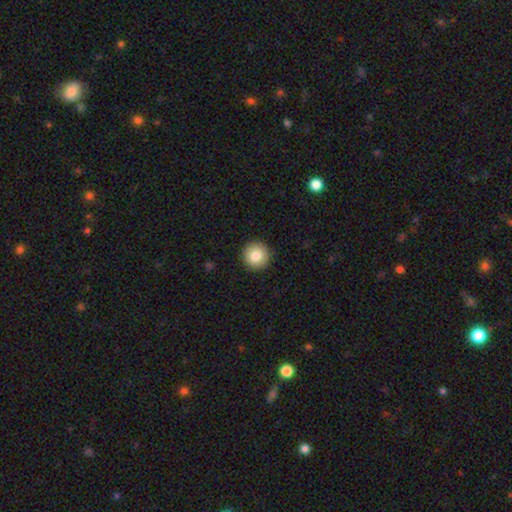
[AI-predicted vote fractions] The model was most divided on "smooth or featured": smooth: 83%, featured or disk: 9%, star or artifact: 9%. More confident: how rounded — round (96%); merging — none (93%).